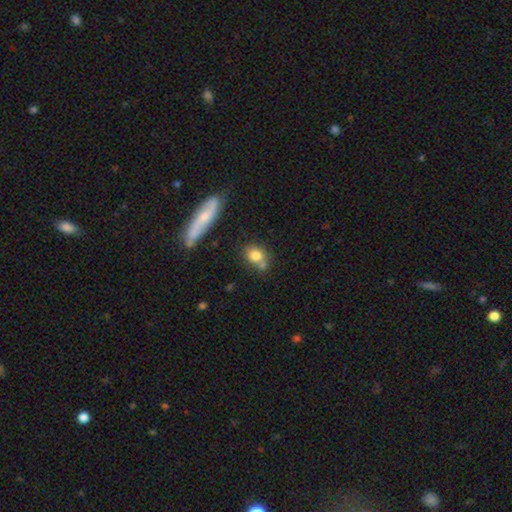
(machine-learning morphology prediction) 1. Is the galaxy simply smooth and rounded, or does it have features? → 77% smooth, 13% featured or disk, 10% star or artifact.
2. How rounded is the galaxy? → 54% round, 43% in between, 3% cigar-shaped.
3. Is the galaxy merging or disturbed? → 55% none, 24% merger, 16% minor disturbance, 5% major disturbance.